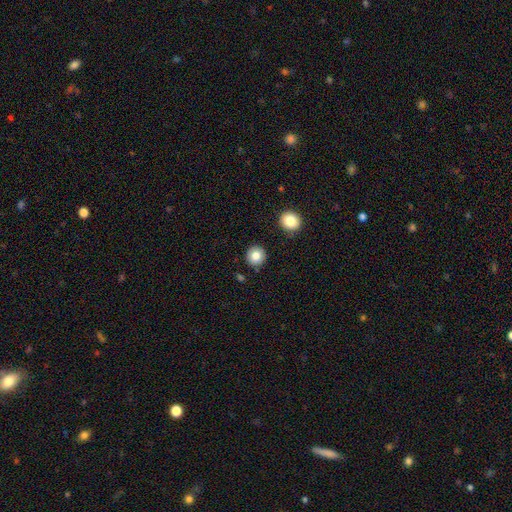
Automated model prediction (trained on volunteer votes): Smooth or featured: smooth — 82% (star or artifact — 9%)
How rounded: round — 93% (in between — 6%)
Merging: none — 88% (minor disturbance — 7%)